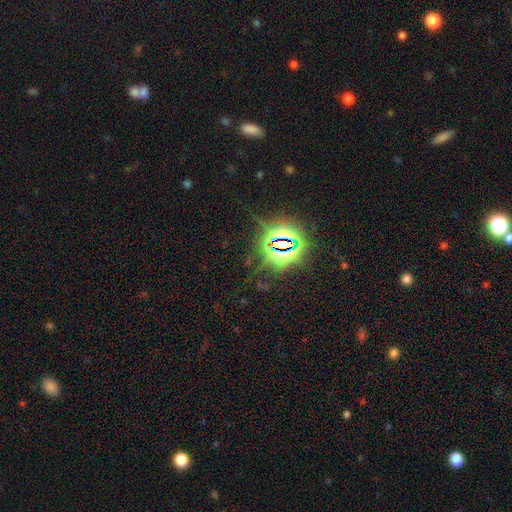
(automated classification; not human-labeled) A star or artifact, not a galaxy (82%).